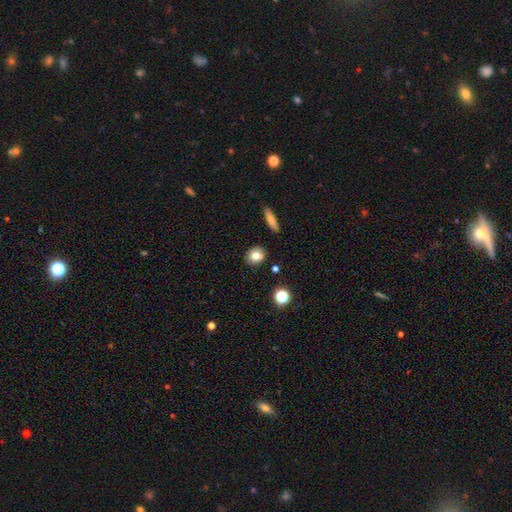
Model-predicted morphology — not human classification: Q: Smooth or featured?
A: smooth (77%); runner-up: featured or disk (12%)
Q: How rounded?
A: round (69%); runner-up: in between (29%)
Q: Merging?
A: none (82%); runner-up: minor disturbance (10%)